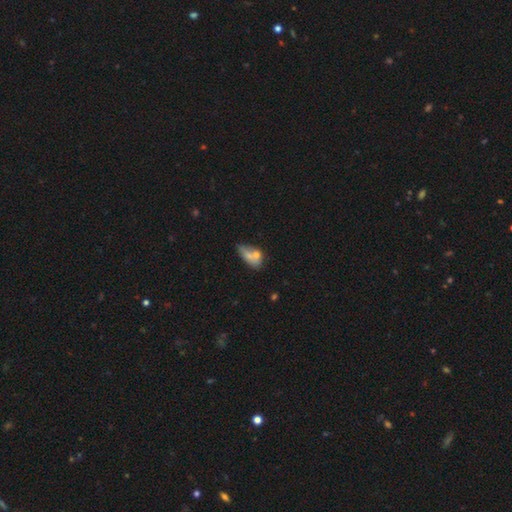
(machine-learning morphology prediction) A smooth galaxy with no disk features (65%) that is in between round and cigar-shaped (80%).

Vote fractions:
- Smooth or featured? smooth: 65% / featured or disk: 25% / star or artifact: 10%
- How rounded? in between: 80% / round: 11% / cigar-shaped: 9%
- Merging? merger: 35% / none: 32% / minor disturbance: 21% / major disturbance: 12%